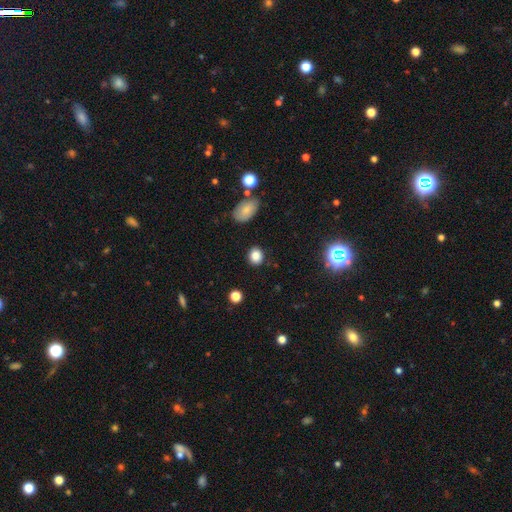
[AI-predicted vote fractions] Overall: smooth (85%). How rounded: round (66%; in between 33%). Merging: none (87%).